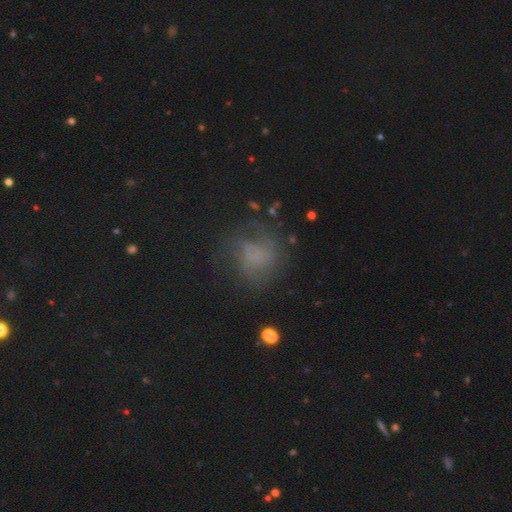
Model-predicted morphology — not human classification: smooth-or-featured: smooth: 47% | featured or disk: 34% | star or artifact: 20%
  merging: none: 57% | major disturbance: 21% | minor disturbance: 20% | merger: 3%